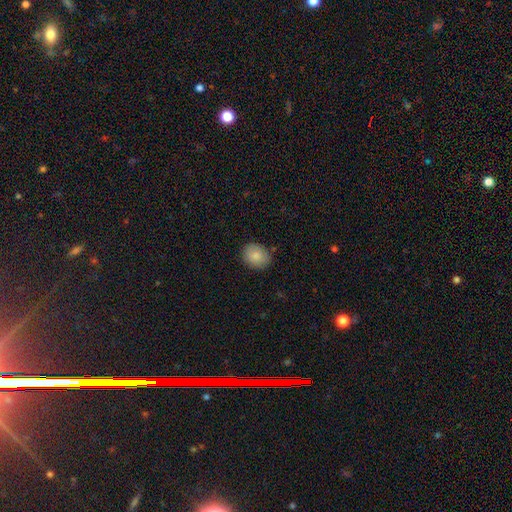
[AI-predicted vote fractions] A smooth galaxy with no disk features (85%) that is round (51%). Merging: none (83%).